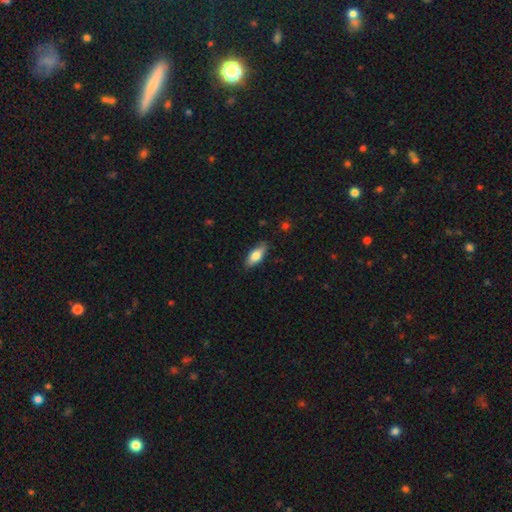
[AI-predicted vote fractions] smooth-or-featured: smooth: 76% | featured or disk: 18% | star or artifact: 6%
  how-rounded: in between: 76% | cigar-shaped: 21% | round: 2%
  merging: none: 84% | minor disturbance: 12% | major disturbance: 2% | merger: 1%